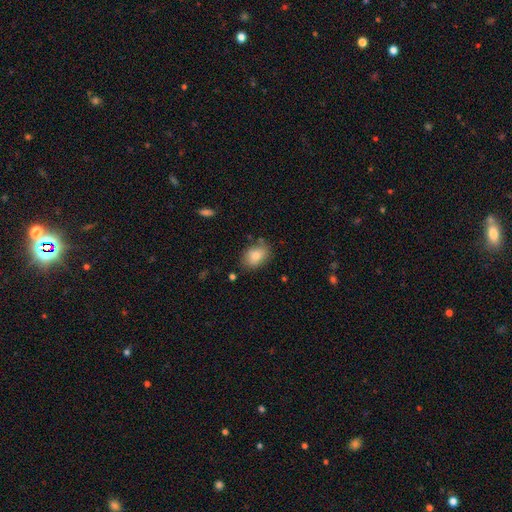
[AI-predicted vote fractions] Overall: smooth (82%). How rounded: in between (78%). Merging: none (76%).